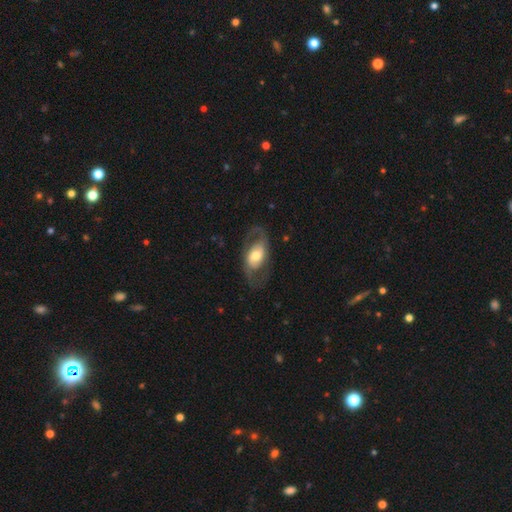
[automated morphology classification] Smooth or featured: featured or disk — 68% (smooth — 27%)
Edge-on disk: no — 93% (yes — 7%)
Bar: no — 56% (weak — 28%)
Spiral arms: yes — 71% (no — 29%)
Bulge size: moderate — 58% (large — 21%)
Merging: none — 73% (minor disturbance — 14%)